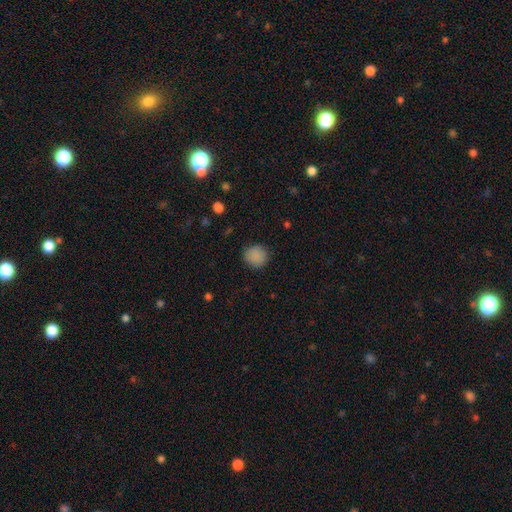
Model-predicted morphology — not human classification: This is clearly a smooth galaxy (87%). How rounded: clearly round (88%). Merging: clearly none (86%).